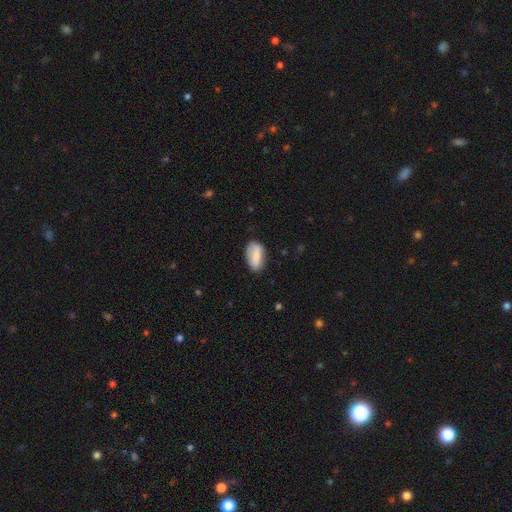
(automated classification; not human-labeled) Smooth or featured?
  - smooth: 79% *
  - featured or disk: 14%
  - star or artifact: 7%
How rounded?
  - in between: 91% *
  - cigar-shaped: 6%
  - round: 4%
Merging?
  - none: 76% *
  - minor disturbance: 19%
  - major disturbance: 4%
  - merger: 2%